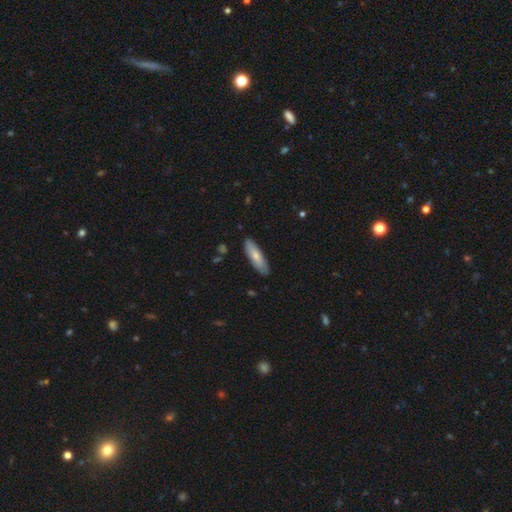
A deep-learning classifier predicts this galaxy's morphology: Smooth or featured: smooth — 76% (featured or disk — 19%)
How rounded: cigar-shaped — 56% (in between — 43%)
Merging: none — 86% (minor disturbance — 11%)